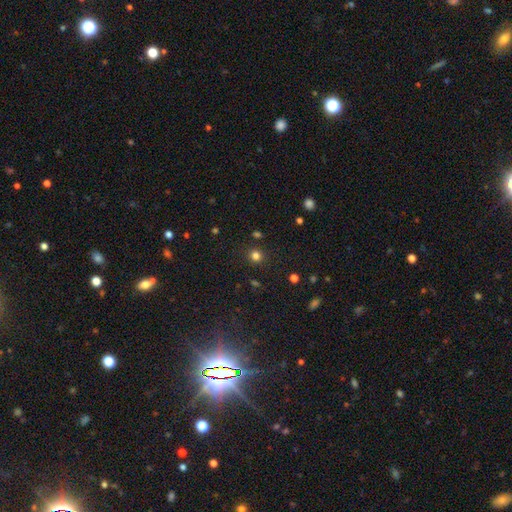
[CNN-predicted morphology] type=smooth (79%); roundness=round (88%); merging=none (88%).